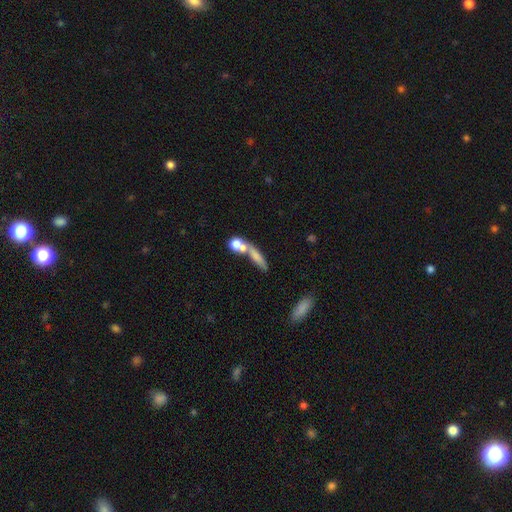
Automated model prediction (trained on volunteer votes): Q: Smooth or featured?
A: smooth (63%); runner-up: featured or disk (28%)
Q: How rounded?
A: cigar-shaped (61%); runner-up: in between (24%)
Q: Merging?
A: merger (43%); runner-up: none (36%)